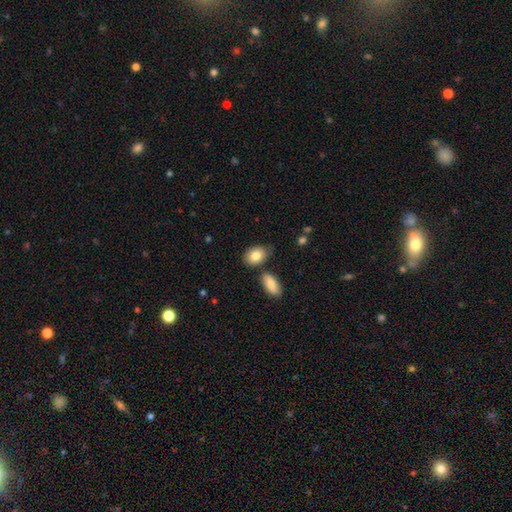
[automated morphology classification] A smooth galaxy with no disk features (83%) that is in between round and cigar-shaped (79%). Merging: none (70%).